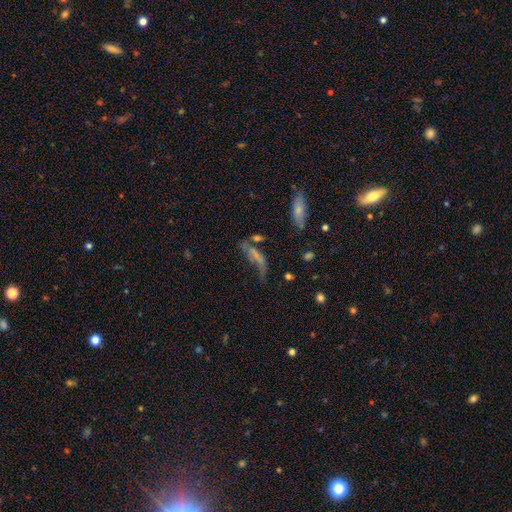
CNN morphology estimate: Smooth or featured: smooth — 46% (featured or disk — 39%)
Merging: major disturbance — 34% (none — 29%)